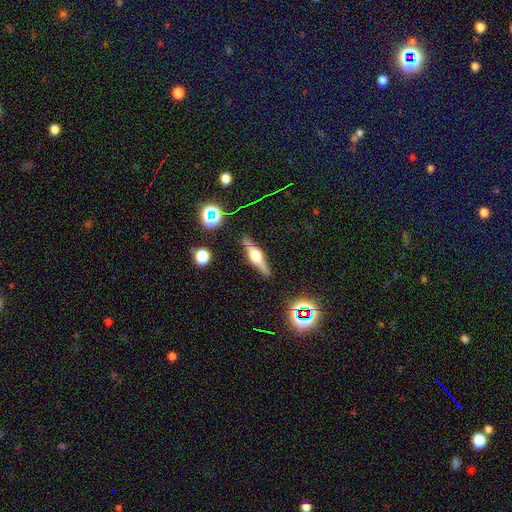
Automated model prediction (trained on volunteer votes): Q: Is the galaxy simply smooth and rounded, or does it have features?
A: featured or disk — 72%.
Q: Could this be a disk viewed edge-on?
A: yes — 97%.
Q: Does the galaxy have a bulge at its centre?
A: rounded — 91%.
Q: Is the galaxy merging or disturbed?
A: none — 87%.